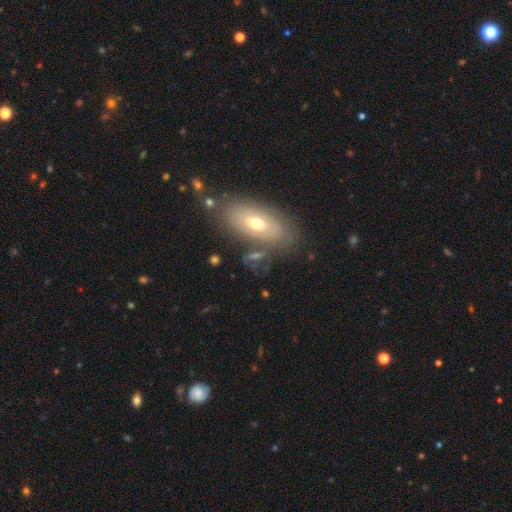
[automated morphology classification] type=featured or disk (47%); merging=none (58%).